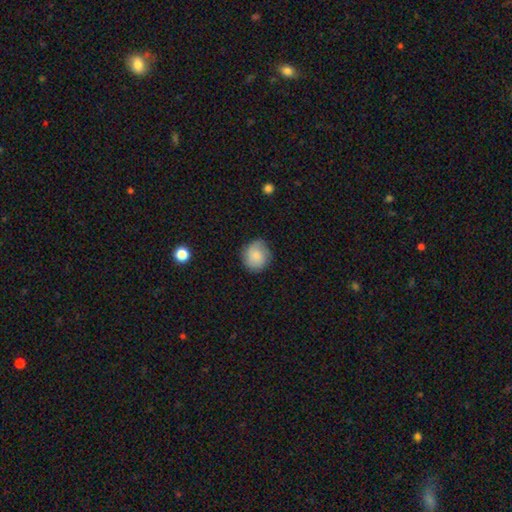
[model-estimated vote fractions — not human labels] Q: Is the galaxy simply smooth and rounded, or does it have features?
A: smooth — 78%.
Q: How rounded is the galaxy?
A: round — 85%.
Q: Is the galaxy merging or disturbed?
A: none — 77%.